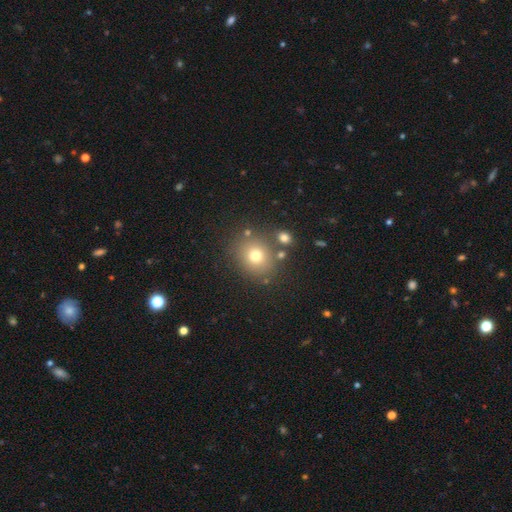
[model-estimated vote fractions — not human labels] Smooth or featured: smooth — 73% (star or artifact — 16%)
How rounded: round — 76% (in between — 23%)
Merging: none — 78% (minor disturbance — 10%)